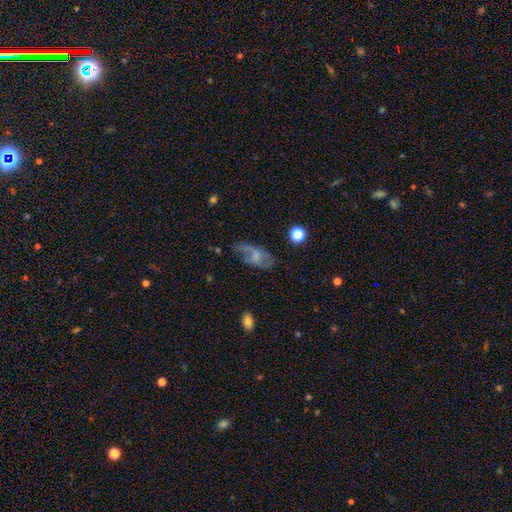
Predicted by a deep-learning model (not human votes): smooth_or_featured: featured or disk (p=0.47) [alt: smooth p=0.43]
merging: none (p=0.51) [alt: minor disturbance p=0.27]